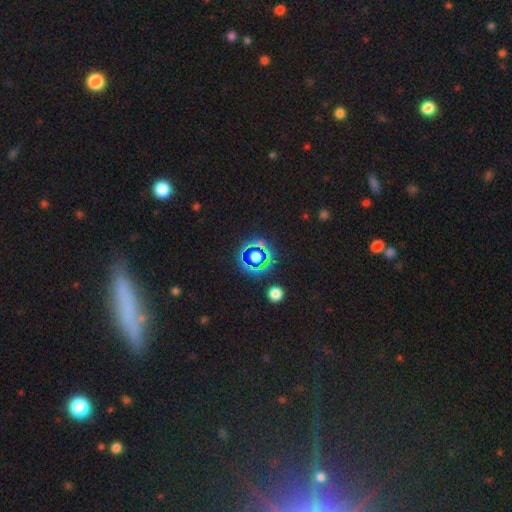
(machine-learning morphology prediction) Smooth or featured? Predicted: star or artifact (p=0.57).